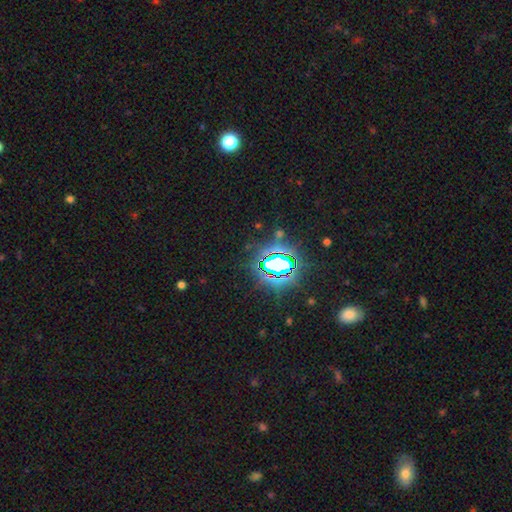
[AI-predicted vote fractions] A star or artifact, not a galaxy (82%).